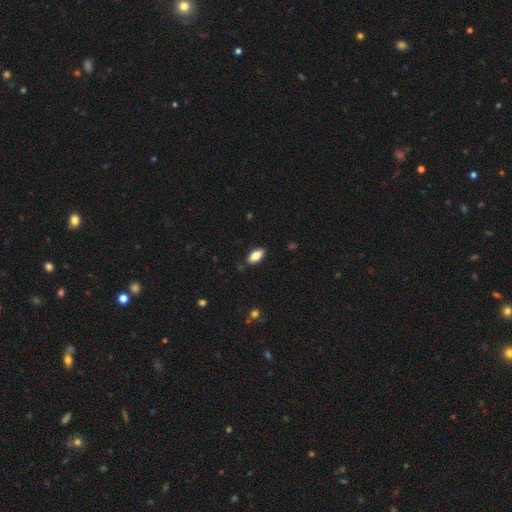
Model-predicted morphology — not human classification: This appears to be a smooth galaxy with no disk features (79%) that is in between round and cigar-shaped (89%). Merging: none (86%).